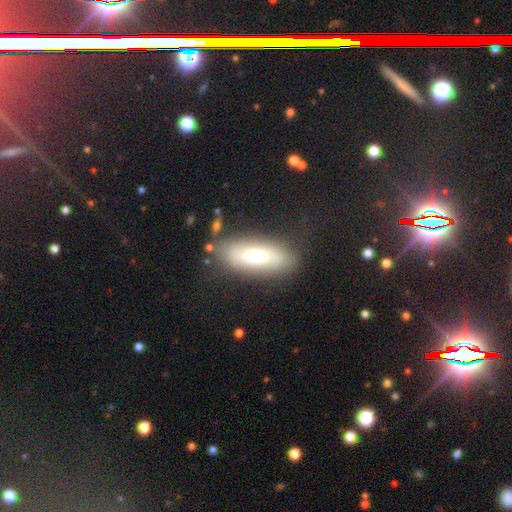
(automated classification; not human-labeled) Overall: smooth (59%; featured or disk 33%). How rounded: in between (74%). Merging: none (78%).